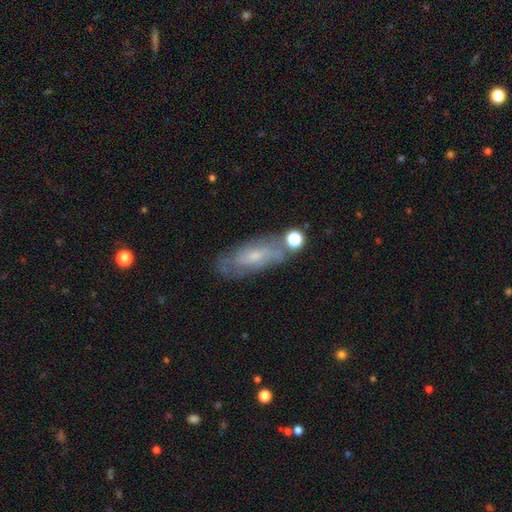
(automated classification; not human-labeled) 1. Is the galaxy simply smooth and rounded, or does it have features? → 54% featured or disk, 37% smooth, 9% star or artifact.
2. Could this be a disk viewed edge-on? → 81% no, 19% yes.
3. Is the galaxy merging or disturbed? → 62% none, 21% minor disturbance, 9% merger, 8% major disturbance.